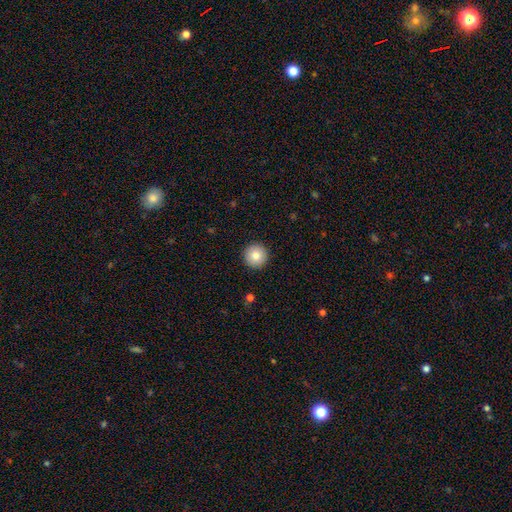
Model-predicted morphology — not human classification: type=smooth (84%); roundness=round (97%); merging=none (93%).